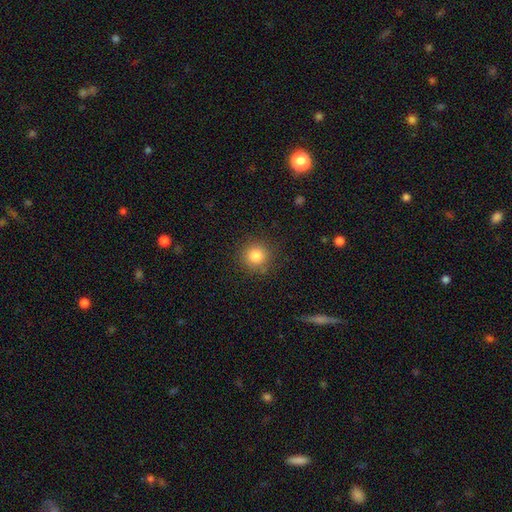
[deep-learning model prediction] smooth_or_featured: smooth (p=0.84) [alt: star or artifact p=0.11]
how_rounded: round (p=0.93) [alt: in between p=0.06]
merging: none (p=0.88) [alt: minor disturbance p=0.08]